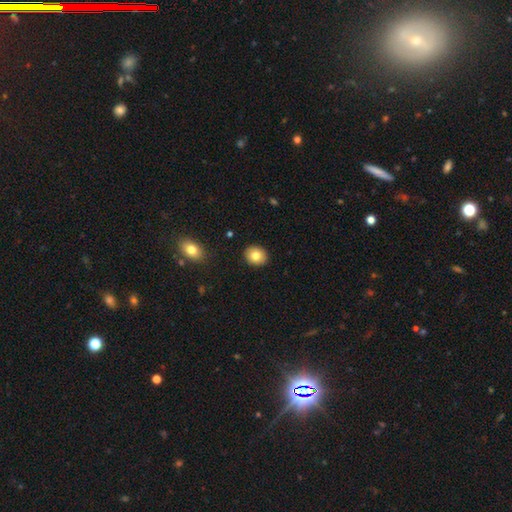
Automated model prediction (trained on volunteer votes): A smooth galaxy with no disk features (81%) that is round (64%).

Vote fractions:
- Smooth or featured? smooth: 81% / featured or disk: 10% / star or artifact: 9%
- How rounded? round: 64% / in between: 35% / cigar-shaped: 1%
- Merging? none: 91% / minor disturbance: 6% / major disturbance: 2% / merger: 1%